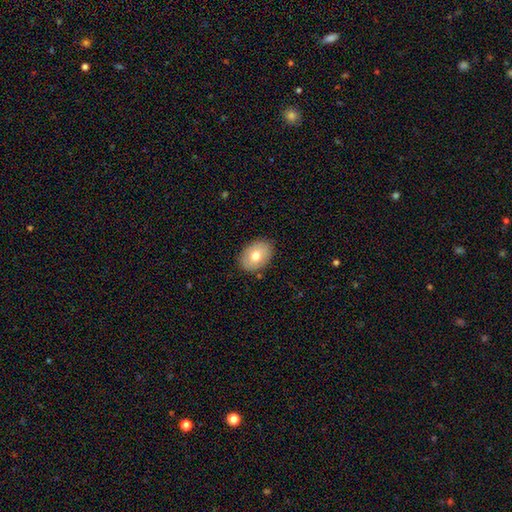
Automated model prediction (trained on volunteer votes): Smooth or featured: smooth — 73% (featured or disk — 20%)
How rounded: in between — 79% (round — 20%)
Merging: none — 86% (minor disturbance — 10%)